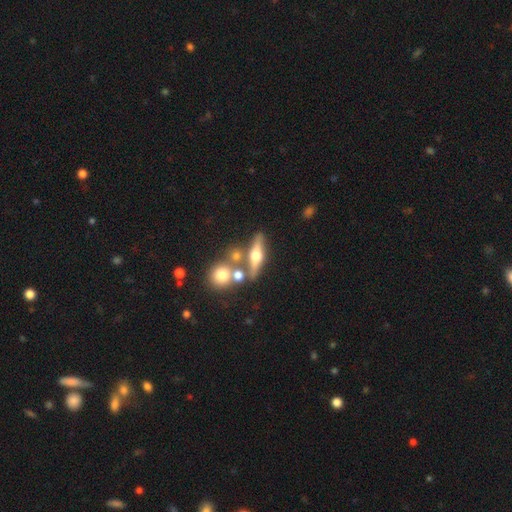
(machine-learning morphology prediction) type=featured or disk (61%); edge-on=yes (86%); edge-on bulge=rounded (96%); merging=none (64%).